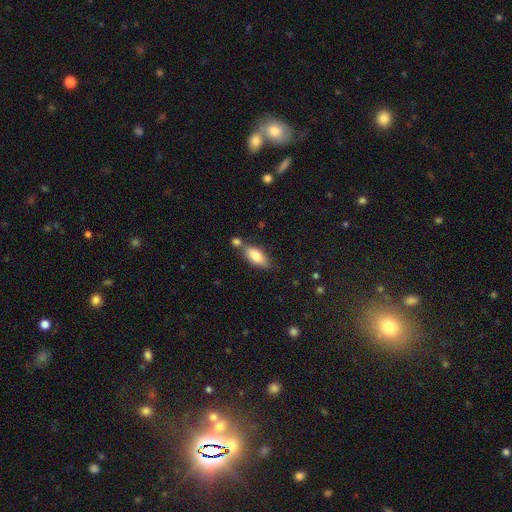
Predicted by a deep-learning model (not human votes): Q: Smooth or featured?
A: smooth (79%); runner-up: featured or disk (14%)
Q: How rounded?
A: in between (86%); runner-up: cigar-shaped (11%)
Q: Merging?
A: none (58%); runner-up: merger (22%)